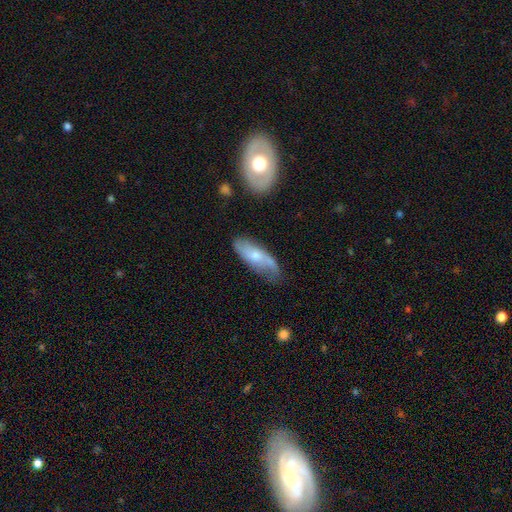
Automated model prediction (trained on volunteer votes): A smooth galaxy with no disk features (48%). Merging: none (57%).